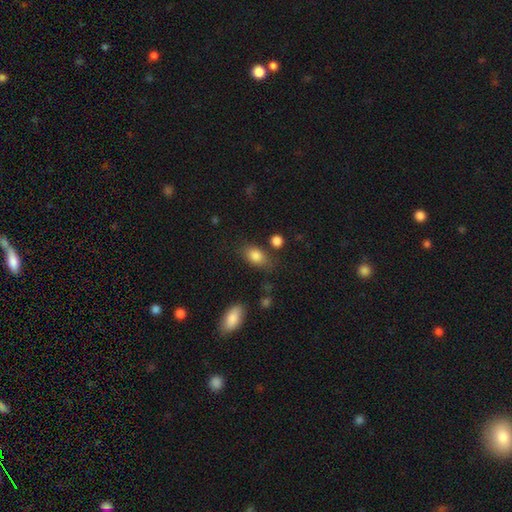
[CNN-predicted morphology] Smooth or featured?
  - smooth: 84% *
  - star or artifact: 8%
  - featured or disk: 8%
How rounded?
  - in between: 82% *
  - round: 15%
  - cigar-shaped: 3%
Merging?
  - none: 70% *
  - minor disturbance: 19%
  - major disturbance: 6%
  - merger: 5%